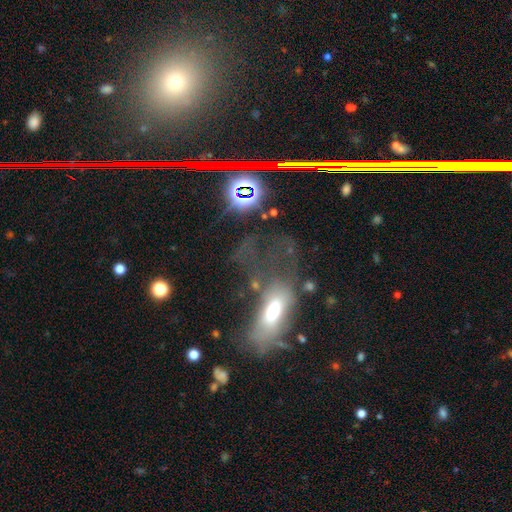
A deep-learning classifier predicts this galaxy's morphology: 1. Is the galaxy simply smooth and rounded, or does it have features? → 36% featured or disk, 33% smooth, 30% star or artifact.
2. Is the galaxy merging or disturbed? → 44% none, 28% major disturbance, 21% minor disturbance, 8% merger.